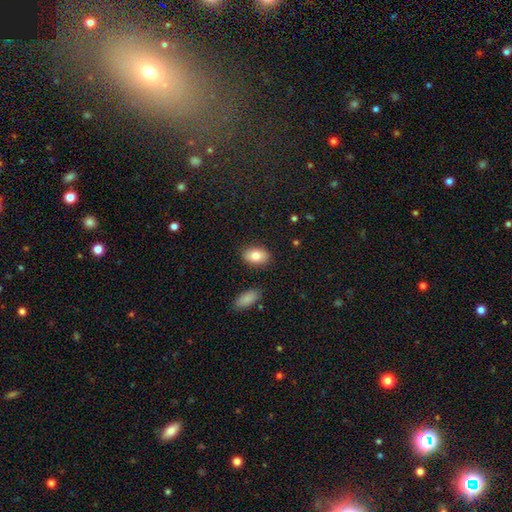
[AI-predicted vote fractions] Morphology: type=smooth (83%); roundness=in between (89%); merging=none (86%).